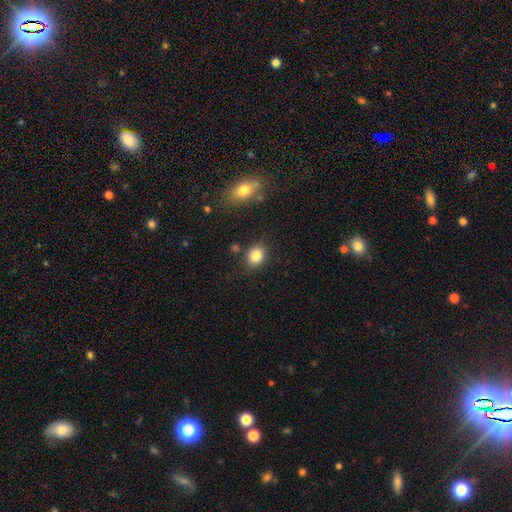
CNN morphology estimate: smooth_or_featured: smooth (p=0.84) [alt: star or artifact p=0.10]
how_rounded: round (p=0.60) [alt: in between p=0.39]
merging: none (p=0.82) [alt: minor disturbance p=0.11]